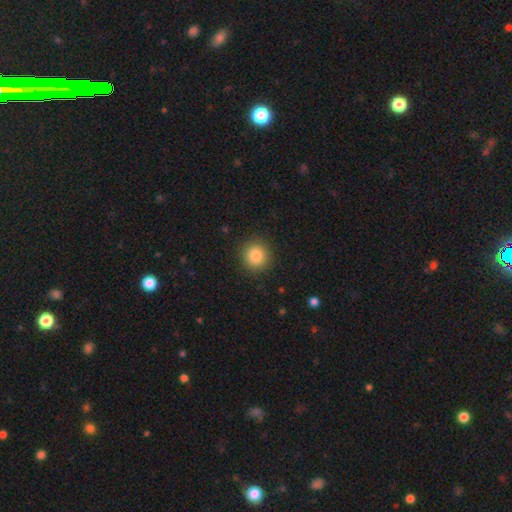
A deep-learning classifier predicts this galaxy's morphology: The model was most divided on "smooth or featured": smooth: 84%, star or artifact: 10%, featured or disk: 6%. More confident: how rounded — round (92%); merging — none (90%).